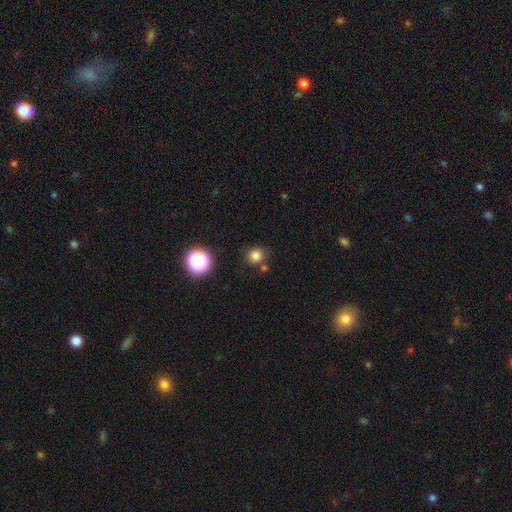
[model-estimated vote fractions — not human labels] Smooth or featured?
  - smooth: 79% *
  - star or artifact: 16%
  - featured or disk: 5%
How rounded?
  - round: 88% *
  - in between: 11%
  - cigar-shaped: 1%
Merging?
  - none: 80% *
  - minor disturbance: 10%
  - merger: 8%
  - major disturbance: 3%